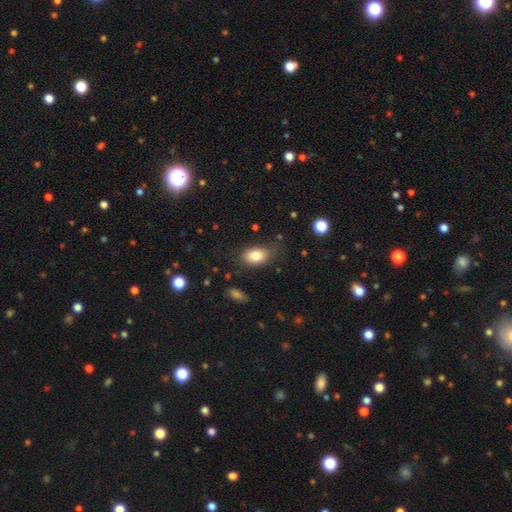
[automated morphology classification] A smooth galaxy with no disk features (81%) that is in between round and cigar-shaped (88%). Merging: none (72%).